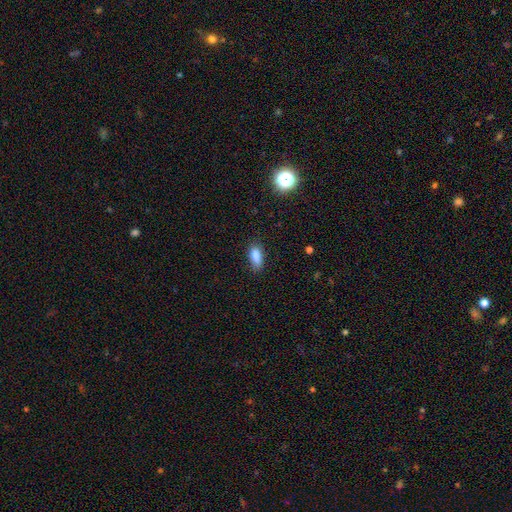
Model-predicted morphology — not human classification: The model was most divided on "merging": none: 67%, minor disturbance: 25%, major disturbance: 5%, merger: 2%. More confident: smooth or featured — smooth (83%); how rounded — in between (80%).